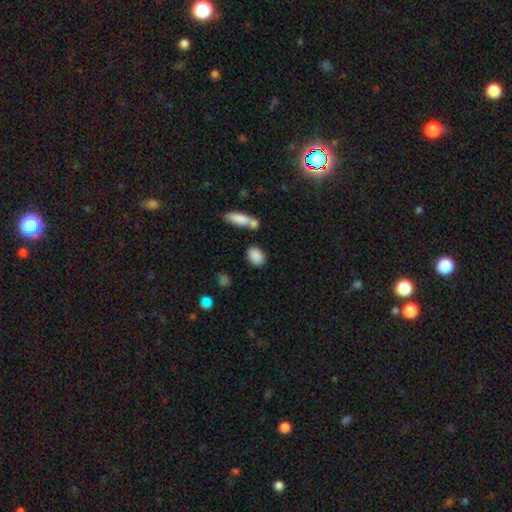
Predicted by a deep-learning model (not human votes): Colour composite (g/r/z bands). It shows a smooth galaxy with no disk features (87%) that is in between round and cigar-shaped (77%). Merging: none (71%).